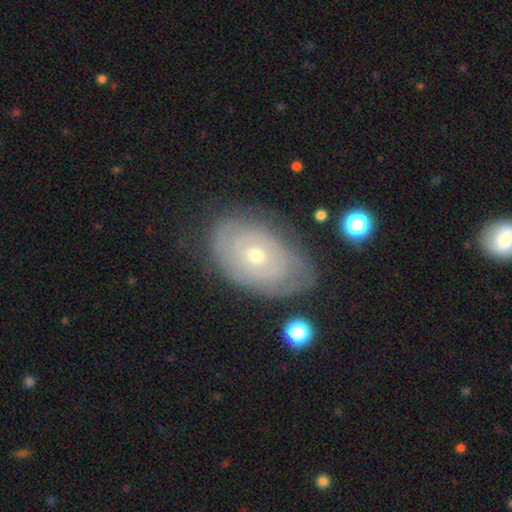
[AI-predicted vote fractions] Smooth or featured: featured or disk — 72% (smooth — 21%)
Edge-on disk: no — 95% (yes — 5%)
Bar: no — 87% (weak — 10%)
Spiral arms: yes — 68% (no — 32%)
Bulge size: small — 52% (moderate — 45%)
Merging: none — 69% (minor disturbance — 21%)